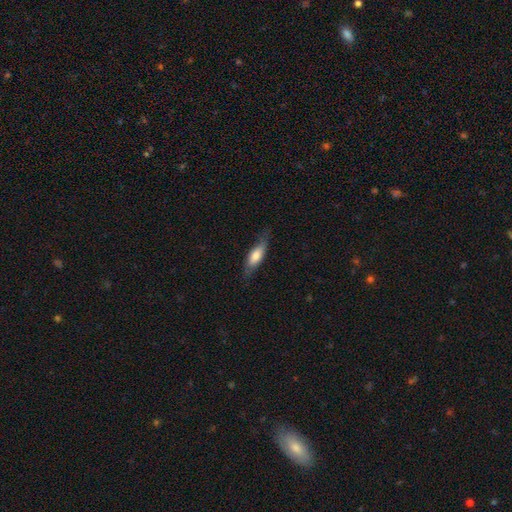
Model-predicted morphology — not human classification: The model was most divided on "how rounded": in between: 54%, cigar-shaped: 44%, round: 2%. More confident: merging — none (71%); smooth or featured — smooth (65%).